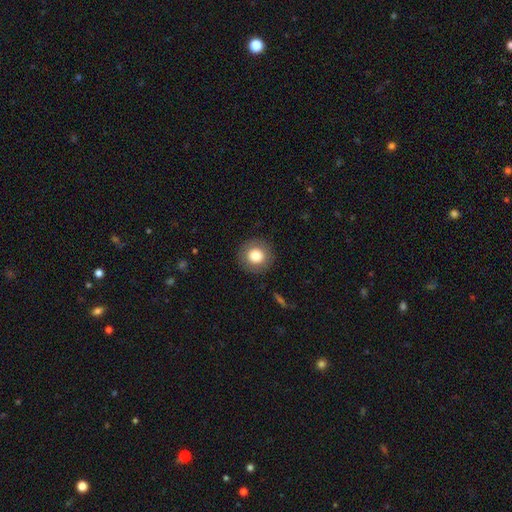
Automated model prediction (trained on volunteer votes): Smooth or featured? smooth (78%)
How rounded? round (94%)
Merging? none (89%)